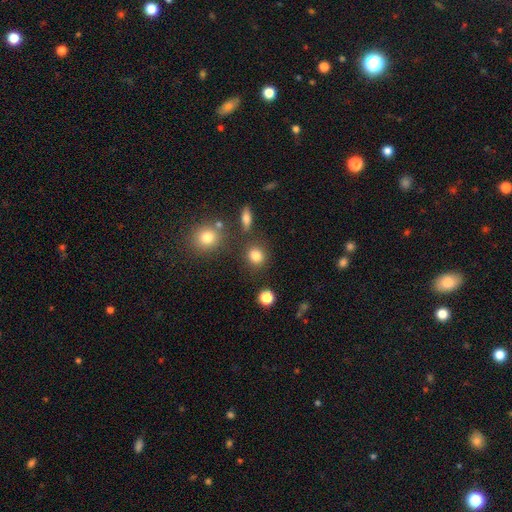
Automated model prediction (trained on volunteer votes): Smooth or featured?
  - smooth: 82% *
  - star or artifact: 12%
  - featured or disk: 6%
How rounded?
  - round: 78% *
  - in between: 21%
  - cigar-shaped: 1%
Merging?
  - none: 80% *
  - minor disturbance: 10%
  - merger: 7%
  - major disturbance: 4%